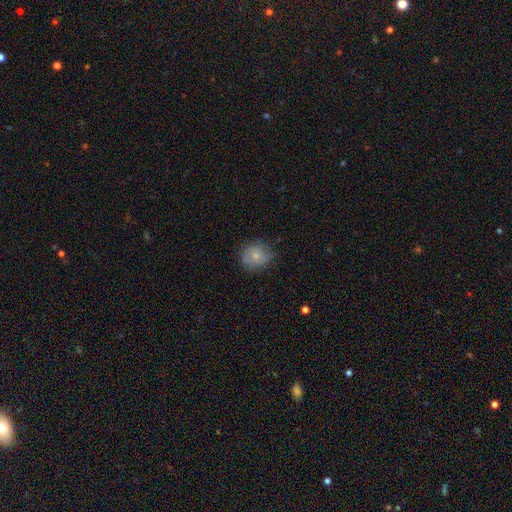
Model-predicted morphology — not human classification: type=smooth (71%); roundness=round (82%); merging=none (73%).